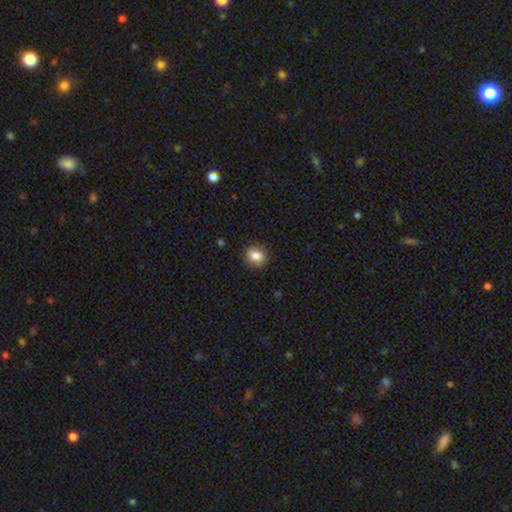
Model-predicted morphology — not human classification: Smooth or featured?
  - smooth: 84% *
  - star or artifact: 9%
  - featured or disk: 6%
How rounded?
  - round: 71% *
  - in between: 28%
  - cigar-shaped: 1%
Merging?
  - none: 88% *
  - minor disturbance: 8%
  - major disturbance: 2%
  - merger: 1%